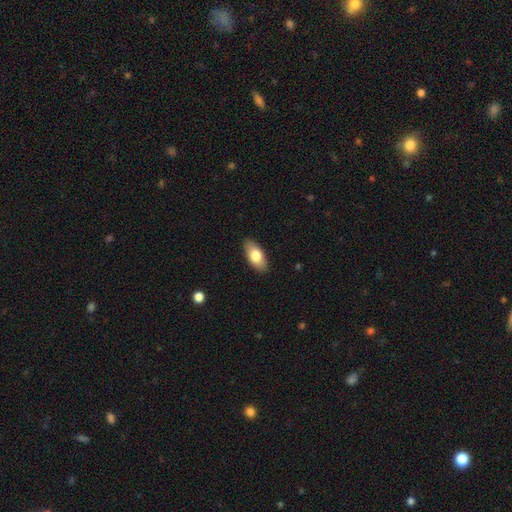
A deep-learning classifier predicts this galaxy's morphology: smooth_or_featured: smooth (p=0.77) [alt: featured or disk p=0.17]
how_rounded: in between (p=0.91) [alt: cigar-shaped p=0.06]
merging: none (p=0.88) [alt: minor disturbance p=0.09]